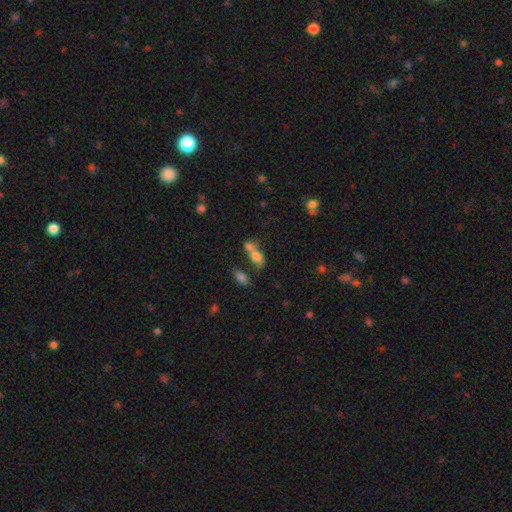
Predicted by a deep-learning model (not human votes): Overall: smooth (71%). How rounded: in between (77%). Merging: merger (58%; none 25%).